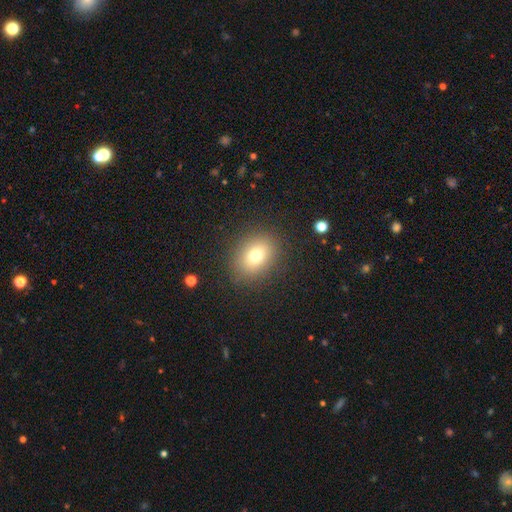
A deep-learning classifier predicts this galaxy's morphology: smooth-or-featured: smooth: 74% | star or artifact: 14% | featured or disk: 12%
  how-rounded: round: 50% | in between: 49% | cigar-shaped: 1%
  merging: none: 87% | minor disturbance: 8% | major disturbance: 4% | merger: 1%